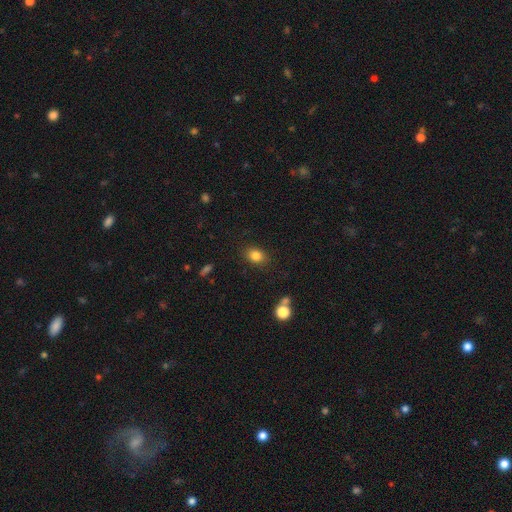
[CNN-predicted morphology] A smooth galaxy with no disk features (83%) that is in between round and cigar-shaped (63%).

Vote fractions:
- Smooth or featured? smooth: 83% / star or artifact: 11% / featured or disk: 6%
- How rounded? in between: 63% / round: 36% / cigar-shaped: 1%
- Merging? none: 85% / minor disturbance: 10% / major disturbance: 3% / merger: 2%